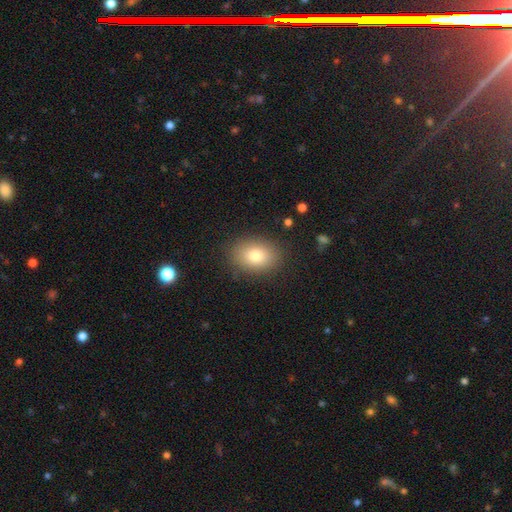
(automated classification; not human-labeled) Overall: smooth (80%). How rounded: in between (75%). Merging: none (86%).